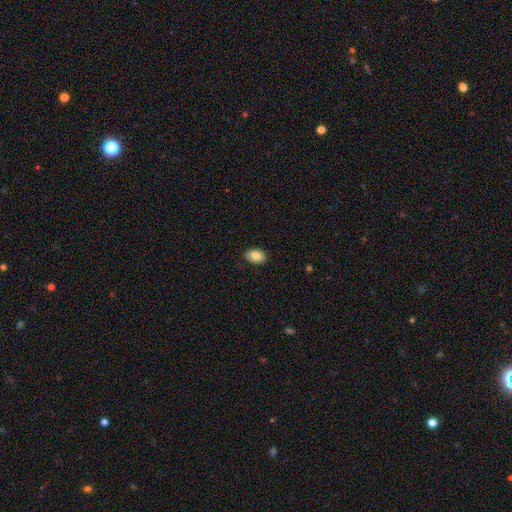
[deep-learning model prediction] This appears to be a smooth galaxy with no disk features (80%) that is in between round and cigar-shaped (85%). Merging: none (87%).